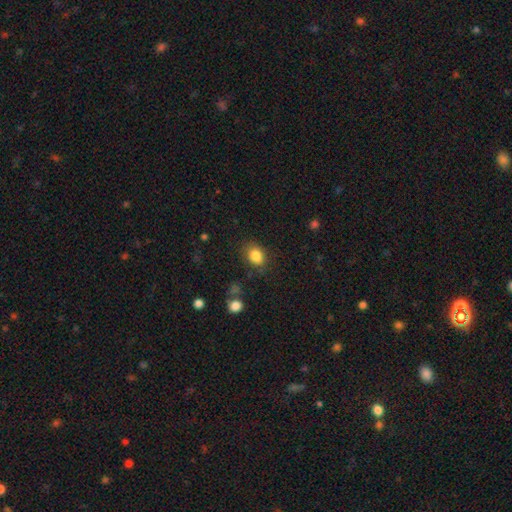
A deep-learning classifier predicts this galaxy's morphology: The model was most divided on "how rounded": in between: 63%, round: 36%, cigar-shaped: 1%. More confident: smooth or featured — smooth (85%); merging — none (78%).